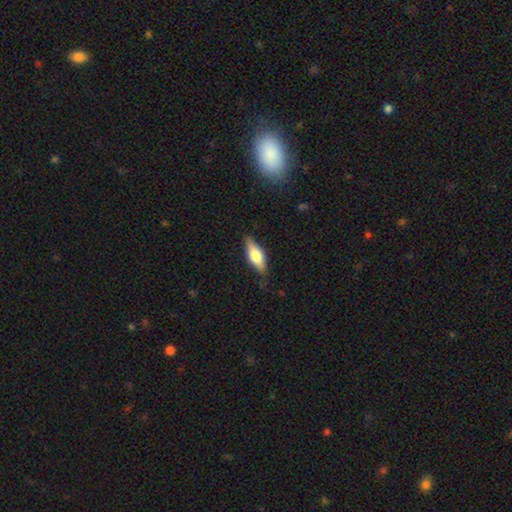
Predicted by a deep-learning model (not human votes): Q: Smooth or featured?
A: smooth (60%); runner-up: featured or disk (33%)
Q: How rounded?
A: in between (68%); runner-up: cigar-shaped (30%)
Q: Merging?
A: none (79%); runner-up: minor disturbance (17%)